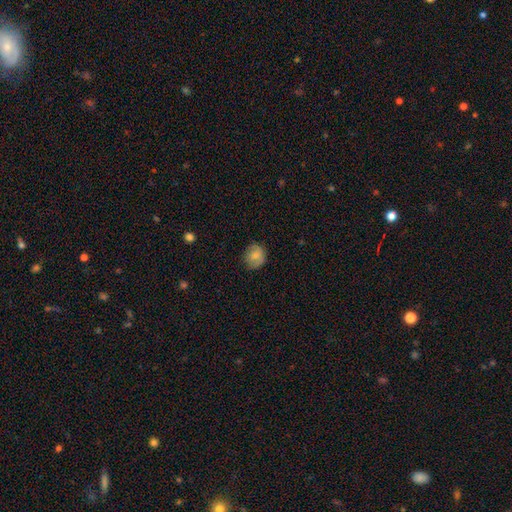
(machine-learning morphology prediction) The model was most divided on "how rounded": round: 74%, in between: 25%, cigar-shaped: 1%. More confident: smooth or featured — smooth (75%); merging — none (73%).